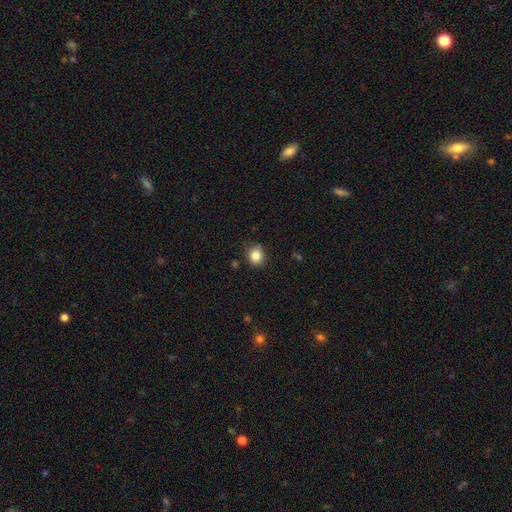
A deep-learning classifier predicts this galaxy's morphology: This is clearly a smooth galaxy (84%). How rounded: clearly round (80%). Merging: clearly none (83%).